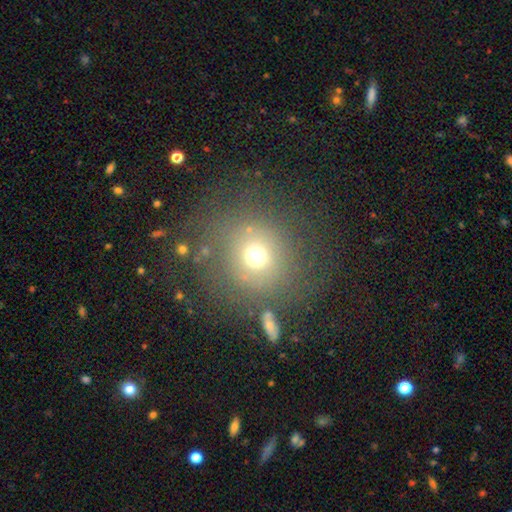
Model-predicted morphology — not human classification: This appears to be a smooth galaxy with no disk features (67%) that is round (89%). Merging: none (76%).